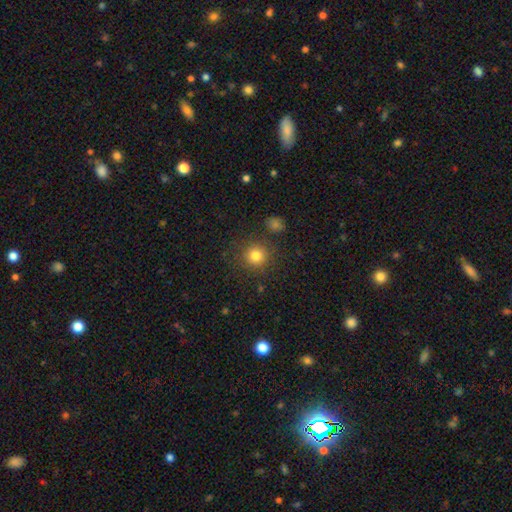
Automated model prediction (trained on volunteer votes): This appears to be a smooth galaxy with no disk features (81%) that is round (93%). Merging: none (86%).